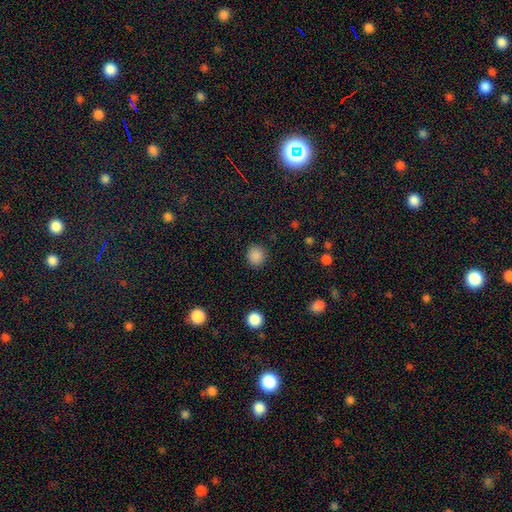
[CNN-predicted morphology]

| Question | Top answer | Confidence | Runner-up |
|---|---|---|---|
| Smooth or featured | smooth | 86% | star or artifact (11%) |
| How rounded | round | 90% | in between (9%) |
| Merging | none | 90% | minor disturbance (7%) |